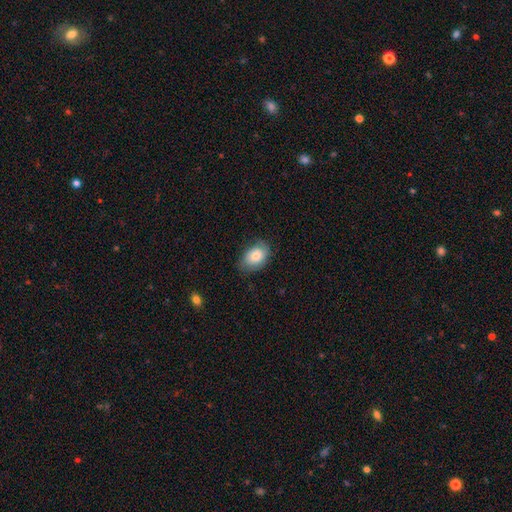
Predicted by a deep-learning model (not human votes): Smooth or featured? smooth (72%)
How rounded? in between (78%)
Merging? none (67%)